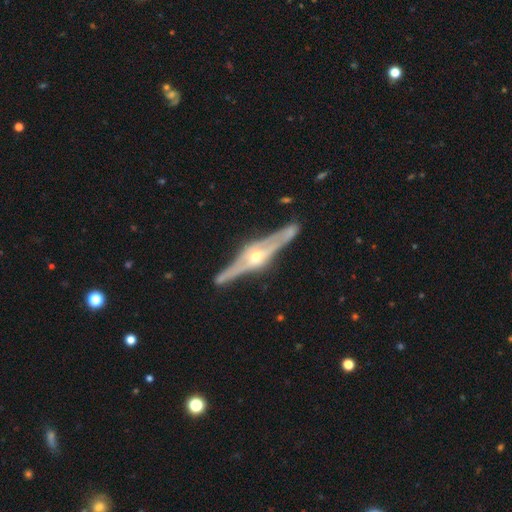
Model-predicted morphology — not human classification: Smooth or featured? Predicted: featured or disk (p=0.87). Edge-on disk? Predicted: yes (p=0.95). Edge-on bulge? Predicted: rounded (p=0.74). Merging? Predicted: none (p=0.83).